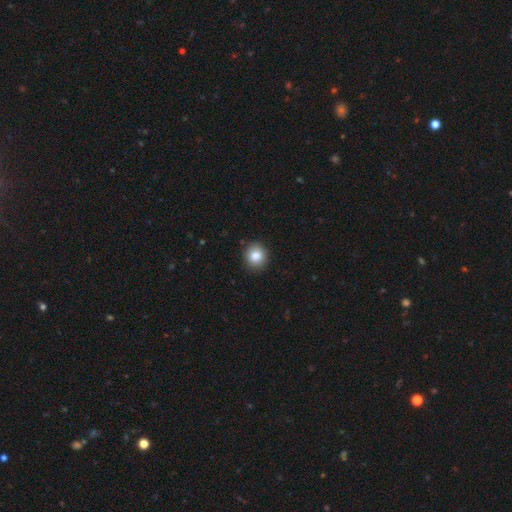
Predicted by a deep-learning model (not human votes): Smooth or featured: smooth — 85% (star or artifact — 9%)
How rounded: round — 84% (in between — 15%)
Merging: none — 90% (minor disturbance — 7%)